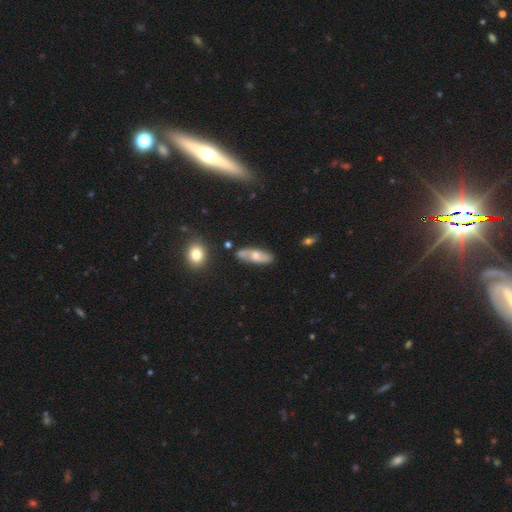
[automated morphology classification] type=smooth (49%); merging=none (73%).